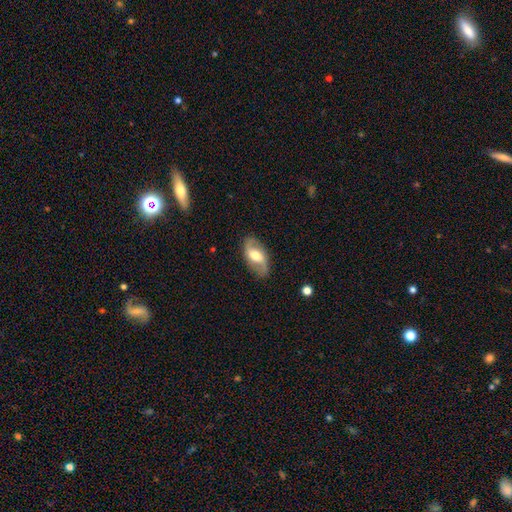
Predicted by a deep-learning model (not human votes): Morphology: type=featured or disk (71%); edge-on=no (93%); bar=weak (45%); spiral arms=yes (85%); winding=loose (55%); arm count=2 (90%); bulge=moderate (63%); merging=none (83%).